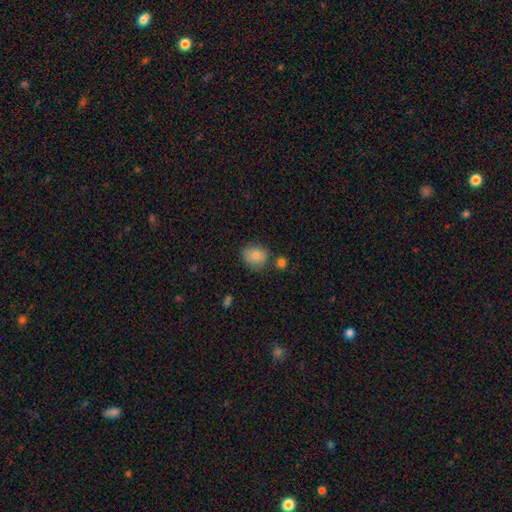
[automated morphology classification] Smooth or featured?
  - smooth: 84% *
  - star or artifact: 9%
  - featured or disk: 8%
How rounded?
  - round: 68% *
  - in between: 31%
  - cigar-shaped: 1%
Merging?
  - none: 71% *
  - minor disturbance: 17%
  - merger: 7%
  - major disturbance: 4%